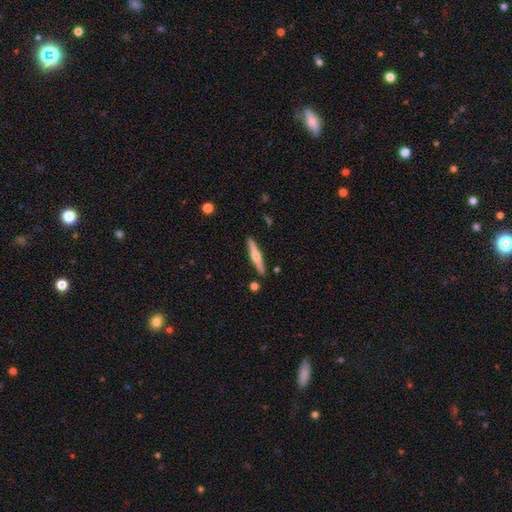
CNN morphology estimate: Smooth or featured? featured or disk (57%)
Edge-on disk? yes (96%)
Edge-on bulge? rounded (89%)
Merging? none (89%)